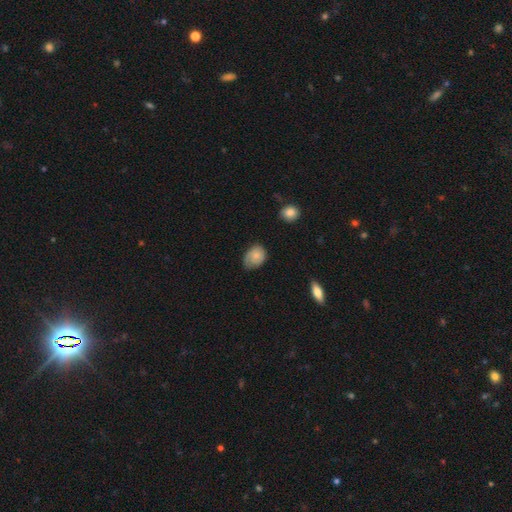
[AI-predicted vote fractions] Q: Smooth or featured?
A: smooth (65%); runner-up: featured or disk (28%)
Q: How rounded?
A: in between (62%); runner-up: round (36%)
Q: Merging?
A: none (53%); runner-up: minor disturbance (35%)